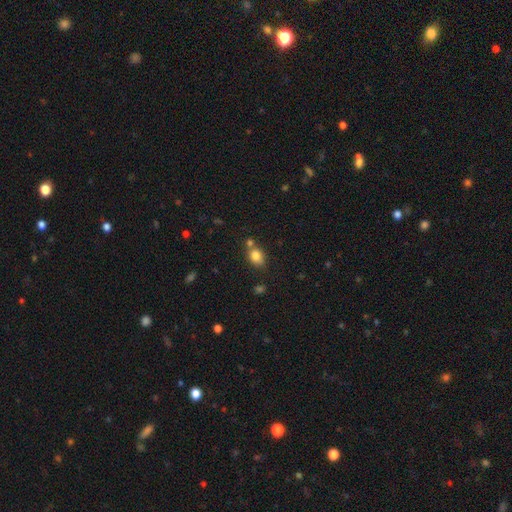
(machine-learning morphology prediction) smooth-or-featured: smooth: 80% | star or artifact: 10% | featured or disk: 9%
  how-rounded: in between: 60% | round: 38% | cigar-shaped: 1%
  merging: none: 58% | merger: 23% | minor disturbance: 15% | major disturbance: 4%